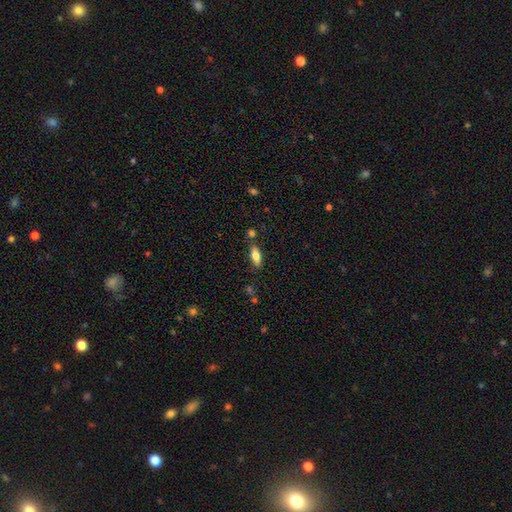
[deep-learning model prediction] Smooth or featured: smooth — 74% (featured or disk — 19%)
How rounded: in between — 69% (cigar-shaped — 29%)
Merging: none — 79% (minor disturbance — 12%)